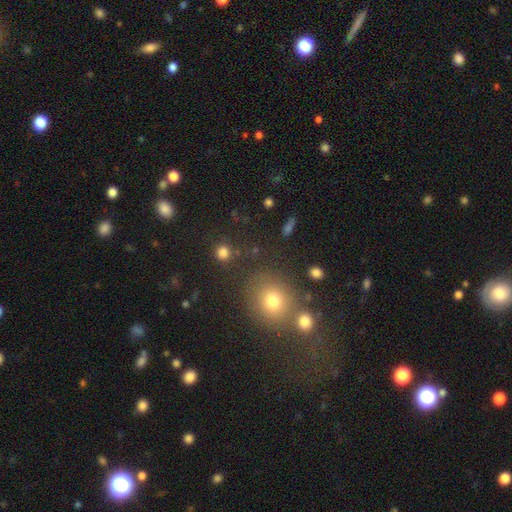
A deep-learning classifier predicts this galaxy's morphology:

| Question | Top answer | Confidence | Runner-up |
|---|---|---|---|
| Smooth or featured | smooth | 57% | star or artifact (33%) |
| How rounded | round | 79% | in between (19%) |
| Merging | none | 65% | merger (18%) |